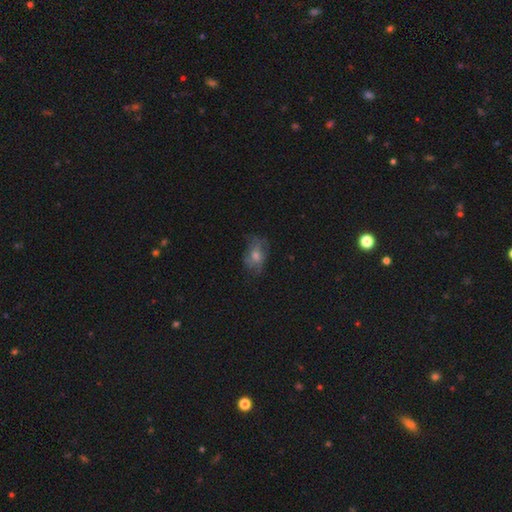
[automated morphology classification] smooth_or_featured: smooth (p=0.44) [alt: featured or disk p=0.39]
merging: none (p=0.63) [alt: minor disturbance p=0.23]